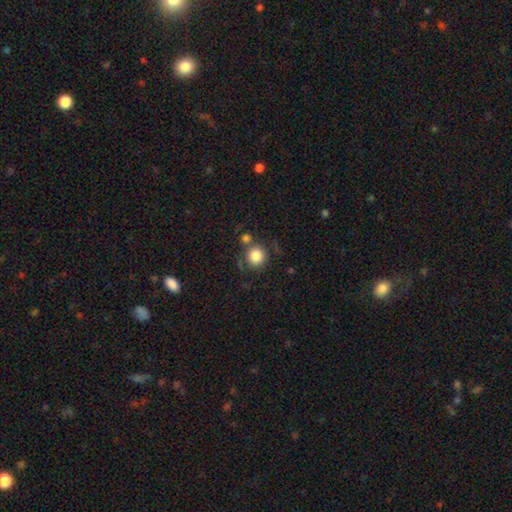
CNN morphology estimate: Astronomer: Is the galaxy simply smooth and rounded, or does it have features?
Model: smooth — 83%.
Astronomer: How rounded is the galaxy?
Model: round — 90%.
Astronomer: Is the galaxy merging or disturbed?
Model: none — 67%.